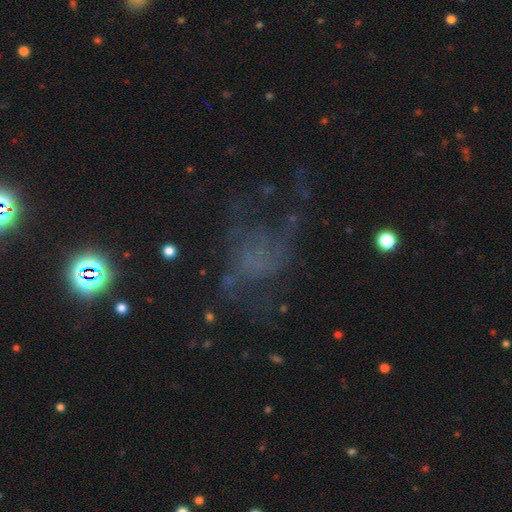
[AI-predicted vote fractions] featured or disk 50%, star or artifact 31%, smooth 19%. Down the decision tree: merging — none (49%).